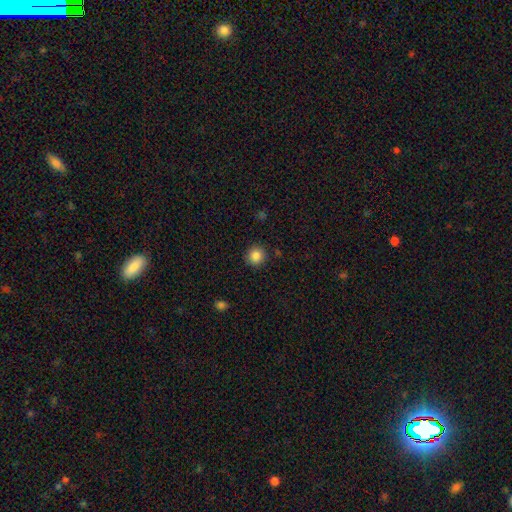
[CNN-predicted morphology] Smooth or featured? Predicted: smooth (p=0.85). How rounded? Predicted: round (p=0.94). Merging? Predicted: none (p=0.90).